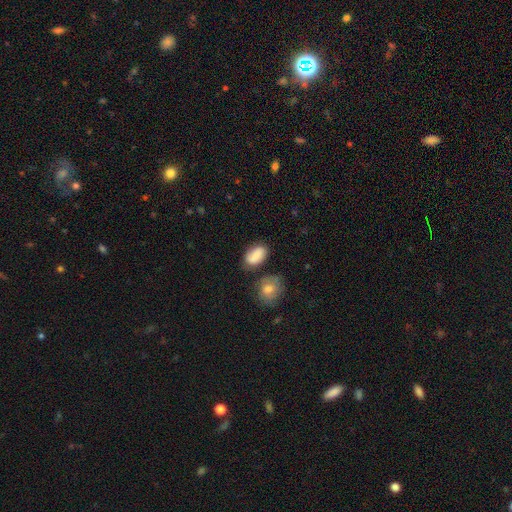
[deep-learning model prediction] This appears to be a smooth galaxy with no disk features (81%) that is in between round and cigar-shaped (89%). Merging: none (66%).